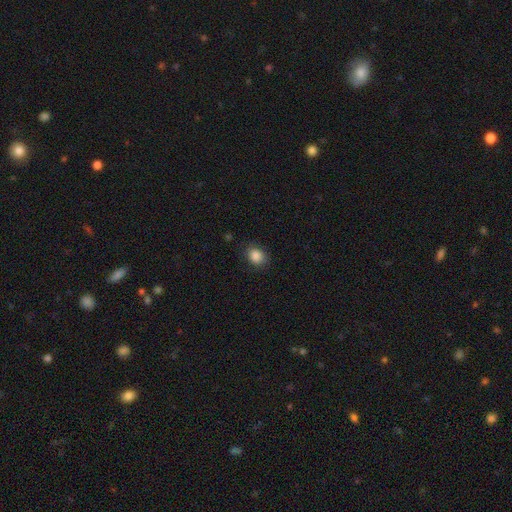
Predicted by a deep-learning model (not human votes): smooth-or-featured: smooth: 87% | star or artifact: 9% | featured or disk: 4%
  how-rounded: in between: 58% | round: 41% | cigar-shaped: 1%
  merging: none: 82% | minor disturbance: 14% | major disturbance: 3% | merger: 1%